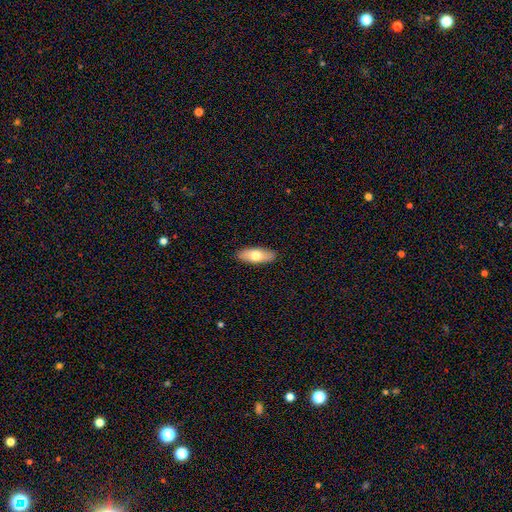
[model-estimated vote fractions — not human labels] Smooth or featured: smooth — 68% (featured or disk — 26%)
How rounded: in between — 76% (cigar-shaped — 21%)
Merging: none — 89% (minor disturbance — 8%)